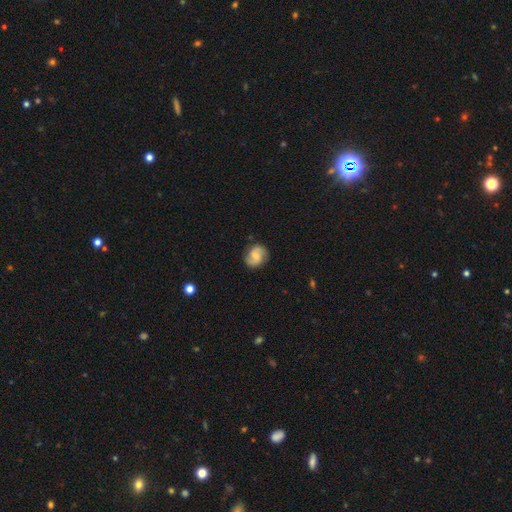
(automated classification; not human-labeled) Q: Smooth or featured?
A: featured or disk (72%); runner-up: smooth (21%)
Q: Edge-on disk?
A: no (98%); runner-up: yes (2%)
Q: Bar?
A: weak (46%); runner-up: no (45%)
Q: Spiral arms?
A: yes (96%); runner-up: no (4%)
Q: Spiral winding?
A: medium (49%); runner-up: loose (26%)
Q: Spiral arm count?
A: 2 (91%); runner-up: can't tell (4%)
Q: Bulge size?
A: small (40%); runner-up: moderate (33%)
Q: Merging?
A: none (83%); runner-up: minor disturbance (12%)